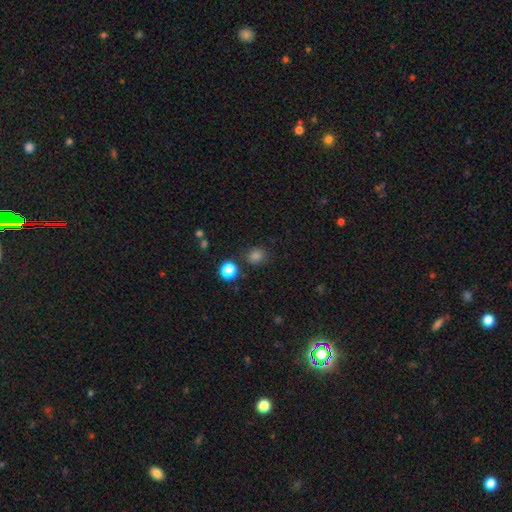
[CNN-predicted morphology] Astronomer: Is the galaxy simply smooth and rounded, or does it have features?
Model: smooth — 78%.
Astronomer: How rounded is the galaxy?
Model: round — 69%.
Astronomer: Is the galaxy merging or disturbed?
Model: none — 82%.